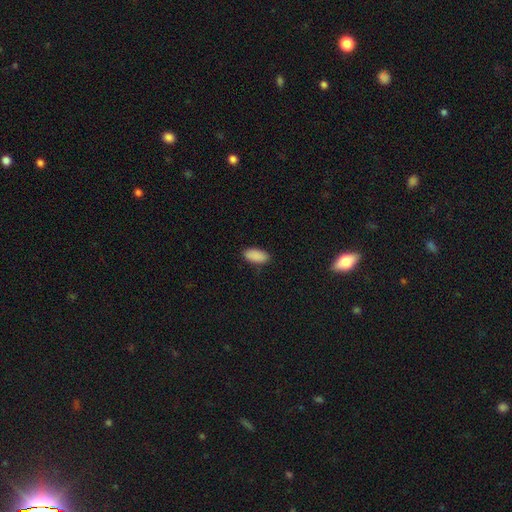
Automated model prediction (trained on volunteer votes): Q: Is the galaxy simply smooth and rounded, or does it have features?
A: smooth — 90%.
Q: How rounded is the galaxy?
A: in between — 91%.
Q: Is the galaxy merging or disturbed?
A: none — 87%.